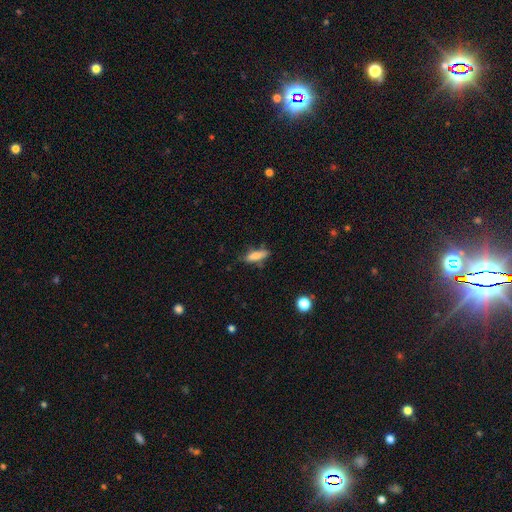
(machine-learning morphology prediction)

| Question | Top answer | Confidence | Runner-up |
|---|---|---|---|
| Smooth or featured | smooth | 78% | featured or disk (14%) |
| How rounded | cigar-shaped | 53% | in between (45%) |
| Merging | none | 70% | minor disturbance (22%) |